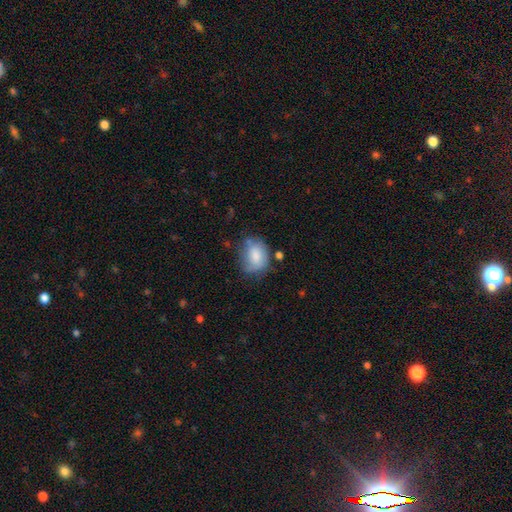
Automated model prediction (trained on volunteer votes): A smooth galaxy with no disk features (77%) that is in between round and cigar-shaped (65%). Merging: none (55%).